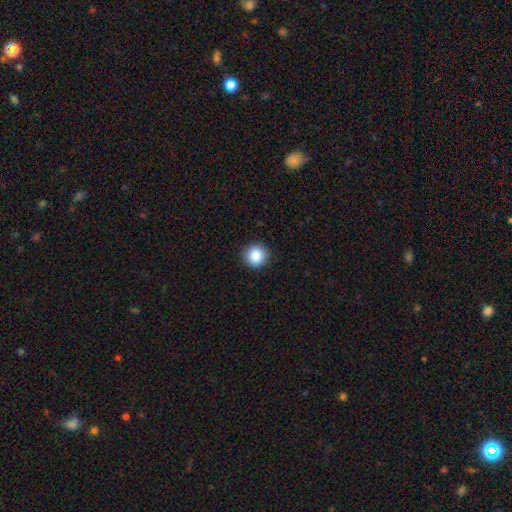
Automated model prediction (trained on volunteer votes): Q: Smooth or featured?
A: smooth (87%); runner-up: star or artifact (9%)
Q: How rounded?
A: round (94%); runner-up: in between (5%)
Q: Merging?
A: none (92%); runner-up: minor disturbance (6%)